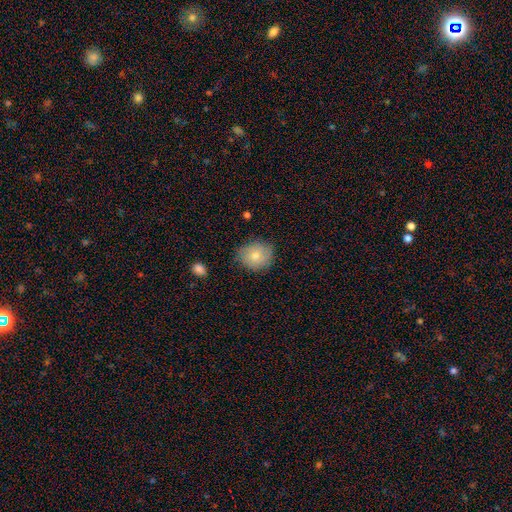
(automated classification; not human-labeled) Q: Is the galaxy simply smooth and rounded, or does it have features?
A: smooth — 77%.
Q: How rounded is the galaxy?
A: round — 72%.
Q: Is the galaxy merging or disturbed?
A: none — 77%.